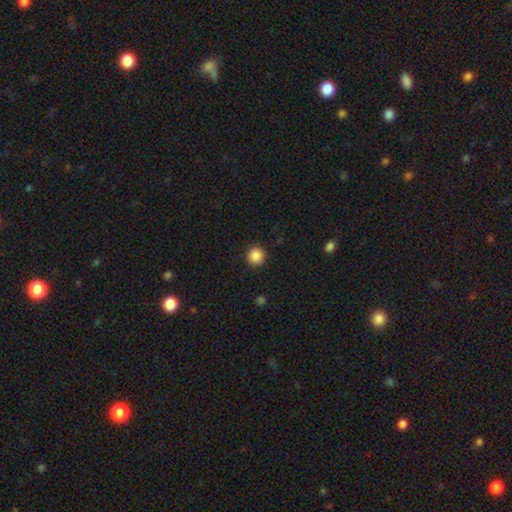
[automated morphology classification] A smooth galaxy with no disk features (87%) that is round (95%). Merging: none (92%).